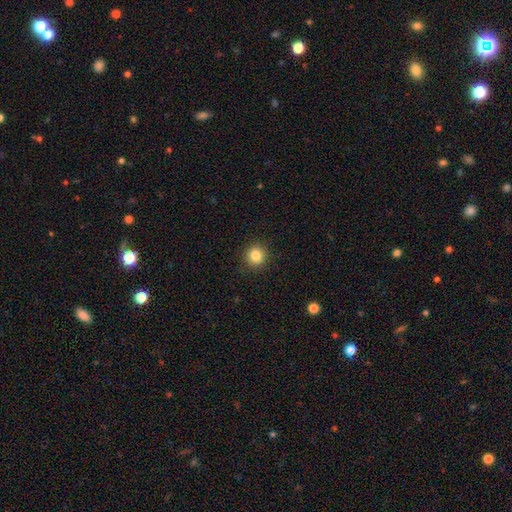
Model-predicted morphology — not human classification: This is clearly a smooth galaxy (84%). How rounded: clearly round (92%). Merging: clearly none (91%).